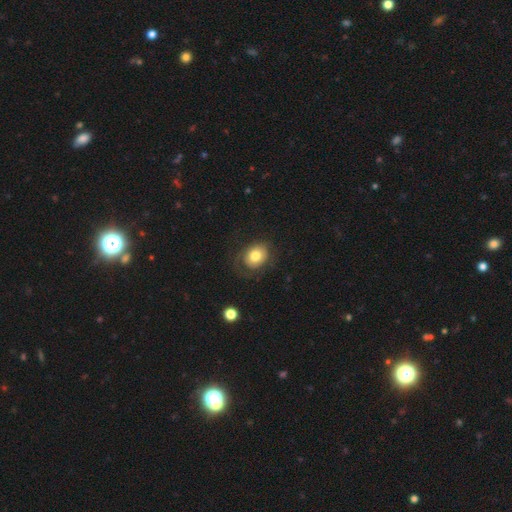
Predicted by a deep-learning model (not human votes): Smooth or featured: smooth — 73% (featured or disk — 18%)
How rounded: round — 55% (in between — 44%)
Merging: none — 65% (minor disturbance — 19%)